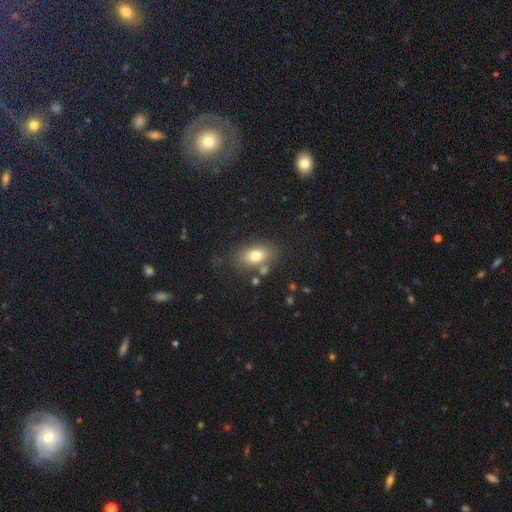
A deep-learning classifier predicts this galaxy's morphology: smooth-or-featured: smooth: 76% | featured or disk: 14% | star or artifact: 10%
  how-rounded: in between: 84% | round: 14% | cigar-shaped: 3%
  merging: none: 73% | minor disturbance: 14% | merger: 8% | major disturbance: 5%